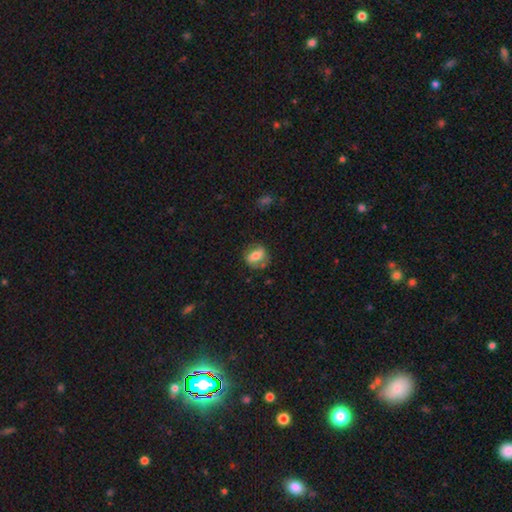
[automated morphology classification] Smooth or featured? smooth (53%)
How rounded? in between (62%)
Merging? none (66%)